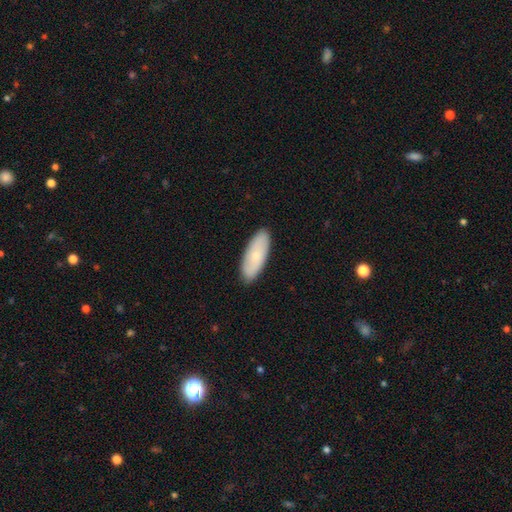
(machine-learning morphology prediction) smooth-or-featured: smooth: 69% | featured or disk: 25% | star or artifact: 6%
  how-rounded: in between: 76% | cigar-shaped: 22% | round: 2%
  merging: none: 88% | minor disturbance: 9% | major disturbance: 2% | merger: 1%